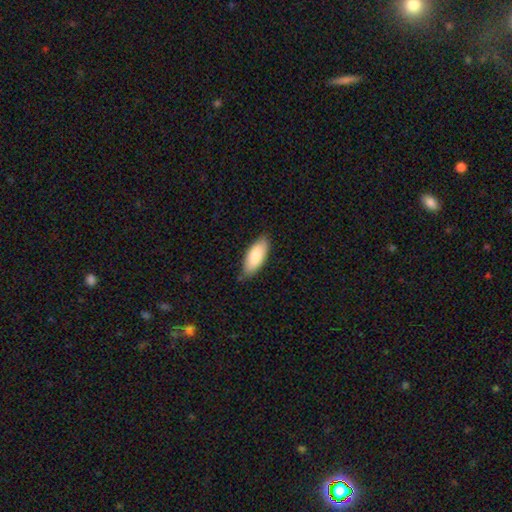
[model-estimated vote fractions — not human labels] Morphology: type=smooth (82%); roundness=in between (83%); merging=none (81%).